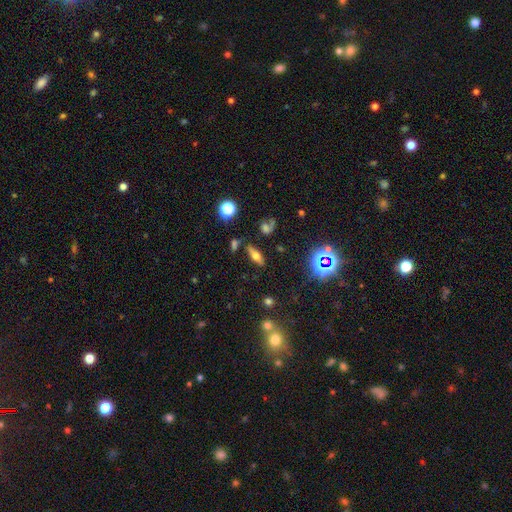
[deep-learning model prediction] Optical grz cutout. It shows a smooth galaxy with no disk features (52%) that is in between round and cigar-shaped (63%). Merging: none (79%).